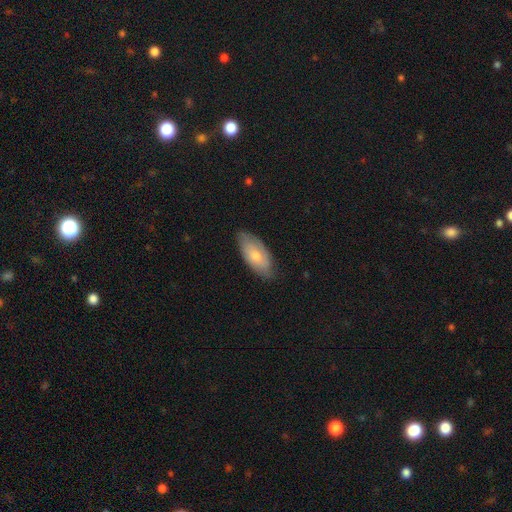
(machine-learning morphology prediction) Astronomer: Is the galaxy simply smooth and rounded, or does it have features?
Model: smooth — 64%.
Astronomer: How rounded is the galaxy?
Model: in between — 90%.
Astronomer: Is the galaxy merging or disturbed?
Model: none — 74%.